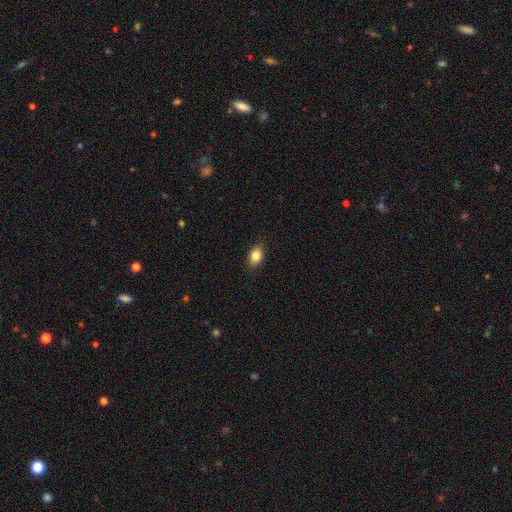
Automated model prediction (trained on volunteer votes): Q: Smooth or featured?
A: smooth (83%); runner-up: star or artifact (9%)
Q: How rounded?
A: in between (80%); runner-up: round (18%)
Q: Merging?
A: none (85%); runner-up: minor disturbance (11%)